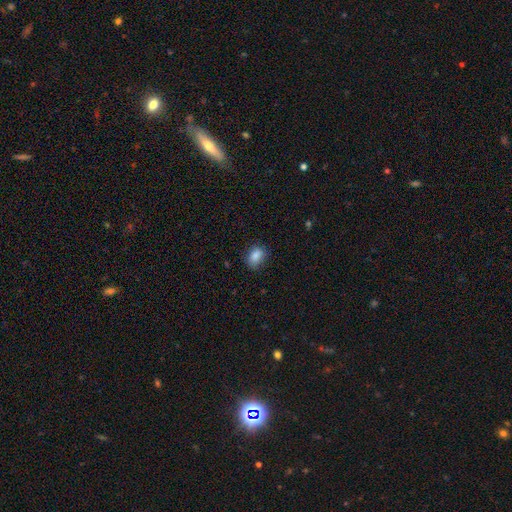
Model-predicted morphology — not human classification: This appears to be a smooth galaxy with no disk features (86%) that is in between round and cigar-shaped (72%). Merging: none (77%).